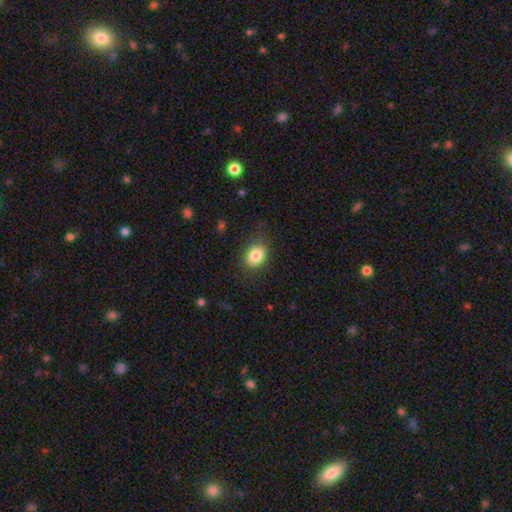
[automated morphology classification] smooth-or-featured: smooth: 84% | star or artifact: 9% | featured or disk: 7%
  how-rounded: in between: 57% | round: 42% | cigar-shaped: 1%
  merging: none: 78% | minor disturbance: 15% | major disturbance: 5% | merger: 1%